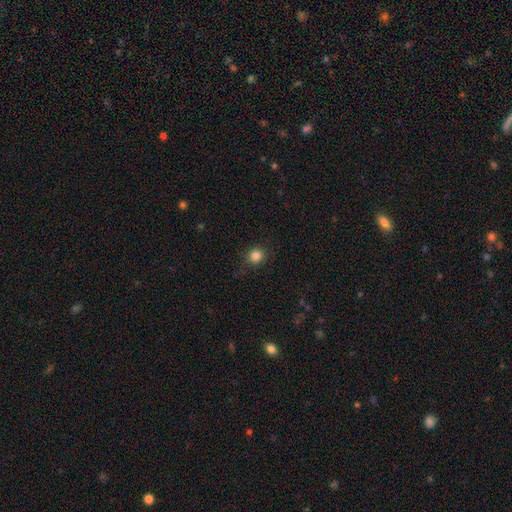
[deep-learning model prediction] Q: Smooth or featured?
A: smooth (84%); runner-up: star or artifact (12%)
Q: How rounded?
A: round (89%); runner-up: in between (10%)
Q: Merging?
A: none (84%); runner-up: minor disturbance (12%)